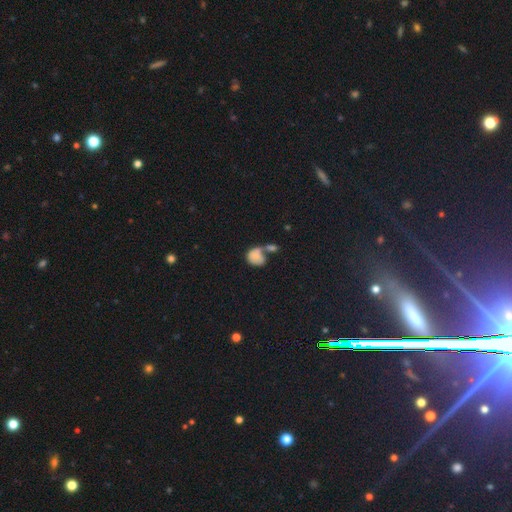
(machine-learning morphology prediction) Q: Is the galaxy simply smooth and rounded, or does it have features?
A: smooth — 74%.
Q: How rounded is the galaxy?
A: round — 50%.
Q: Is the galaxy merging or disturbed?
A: merger — 53%.